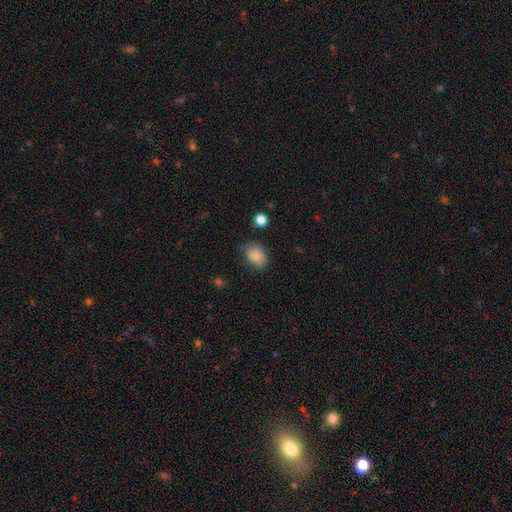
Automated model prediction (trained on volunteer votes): This appears to be a smooth galaxy with no disk features (85%) that is in between round and cigar-shaped (82%). Merging: none (73%).